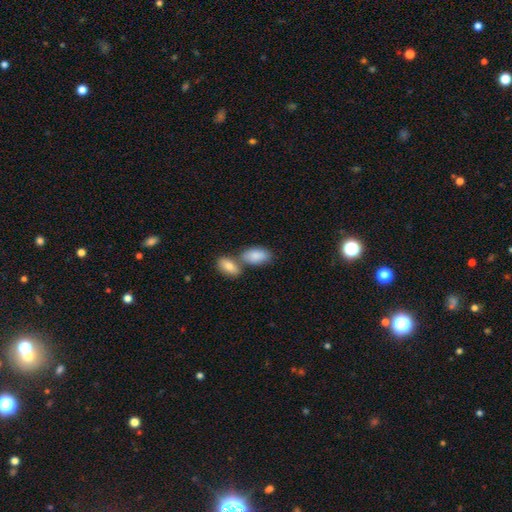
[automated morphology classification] Overall: smooth (86%). How rounded: in between (93%). Merging: merger (43%; none 42%).